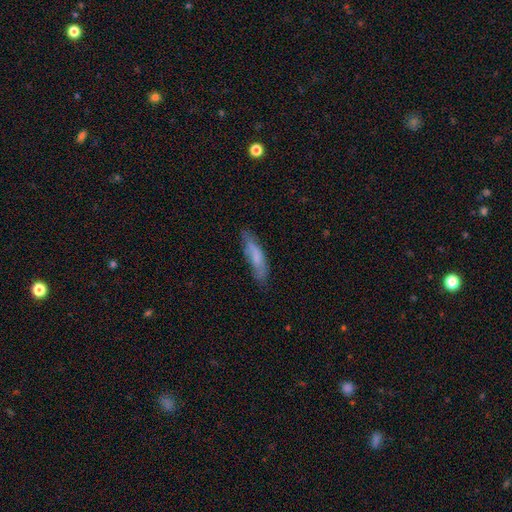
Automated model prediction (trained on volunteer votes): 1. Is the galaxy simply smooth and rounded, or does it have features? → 65% smooth, 28% featured or disk, 7% star or artifact.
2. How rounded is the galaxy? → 66% cigar-shaped, 32% in between, 1% round.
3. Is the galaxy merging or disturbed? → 67% none, 24% minor disturbance, 7% major disturbance, 2% merger.